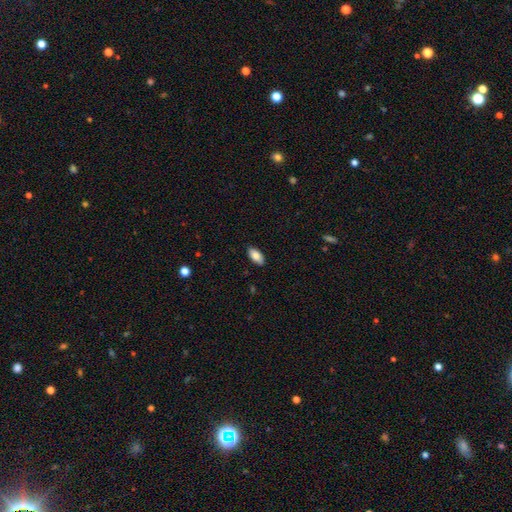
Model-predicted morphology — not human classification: A smooth galaxy with no disk features (84%) that is in between round and cigar-shaped (93%).

Vote fractions:
- Smooth or featured? smooth: 84% / featured or disk: 9% / star or artifact: 7%
- How rounded? in between: 93% / cigar-shaped: 5% / round: 2%
- Merging? none: 89% / minor disturbance: 9% / major disturbance: 2% / merger: 1%